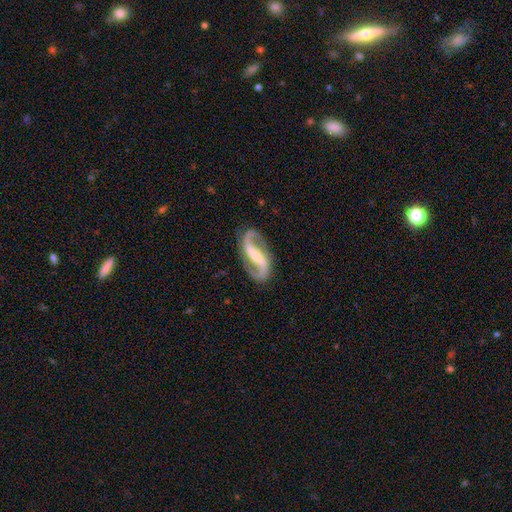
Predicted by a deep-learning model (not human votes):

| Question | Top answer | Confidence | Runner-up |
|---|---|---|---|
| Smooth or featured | featured or disk | 92% | smooth (4%) |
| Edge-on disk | no | 97% | yes (3%) |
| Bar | strong | 54% | weak (31%) |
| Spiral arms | yes | 98% | no (2%) |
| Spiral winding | loose | 46% | medium (44%) |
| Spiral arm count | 2 | 94% | 1 (1%) |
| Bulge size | moderate | 44% | small (43%) |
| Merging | none | 85% | minor disturbance (10%) |